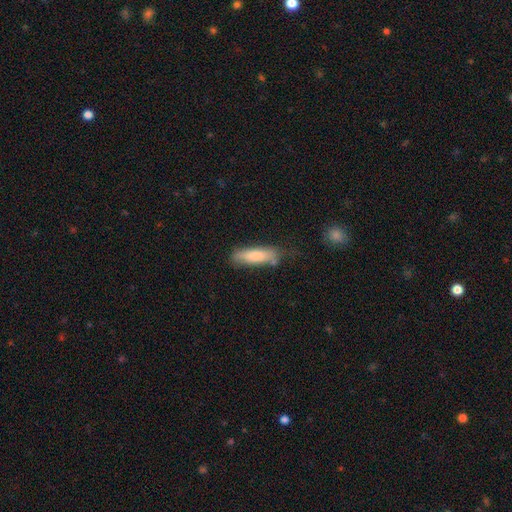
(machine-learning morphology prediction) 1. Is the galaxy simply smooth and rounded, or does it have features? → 79% smooth, 15% featured or disk, 6% star or artifact.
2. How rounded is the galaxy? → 64% cigar-shaped, 34% in between, 2% round.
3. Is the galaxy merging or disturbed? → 65% none, 24% minor disturbance, 6% major disturbance, 5% merger.